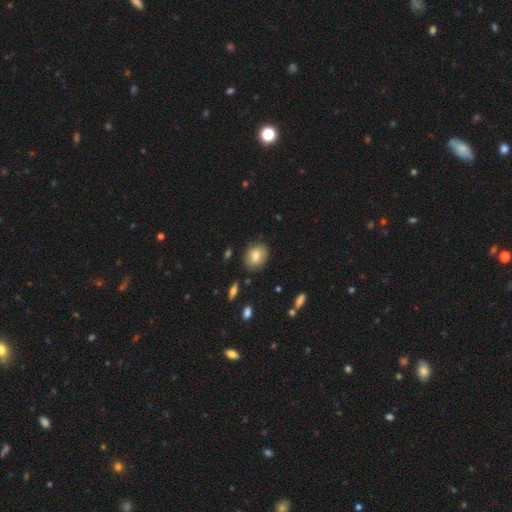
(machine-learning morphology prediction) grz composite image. It shows a smooth galaxy with no disk features (77%) that is in between round and cigar-shaped (56%). Merging: none (79%).